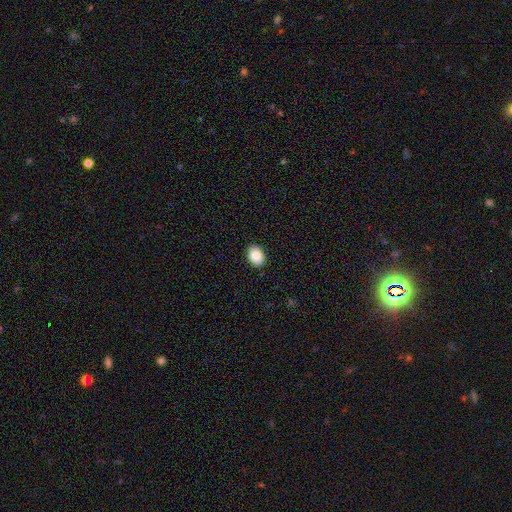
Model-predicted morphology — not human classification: smooth-or-featured: smooth: 85% | star or artifact: 8% | featured or disk: 8%
  how-rounded: in between: 72% | round: 27% | cigar-shaped: 1%
  merging: none: 90% | minor disturbance: 7% | major disturbance: 2% | merger: 1%